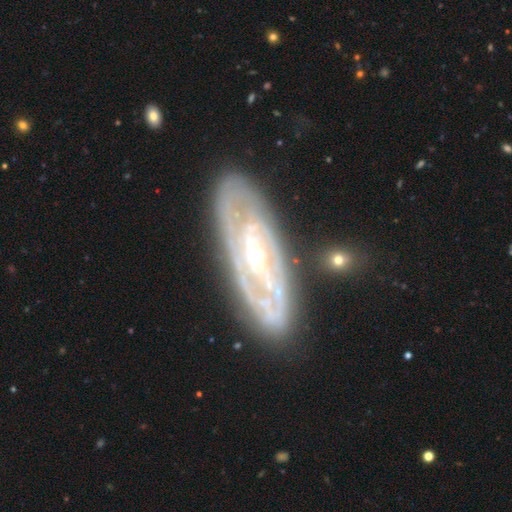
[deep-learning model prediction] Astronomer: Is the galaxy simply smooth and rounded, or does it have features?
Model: featured or disk — 85%.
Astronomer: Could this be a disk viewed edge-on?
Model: no — 86%.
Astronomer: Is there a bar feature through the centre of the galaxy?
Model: weak — 37% (runner-up: no, 34%).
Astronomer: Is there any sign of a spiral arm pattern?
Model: yes — 89%.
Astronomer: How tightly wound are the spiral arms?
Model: tight — 69%.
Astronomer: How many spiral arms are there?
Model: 2 — 42% (runner-up: can't tell, 34%).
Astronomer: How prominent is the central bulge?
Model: small — 63%.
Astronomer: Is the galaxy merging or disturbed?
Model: none — 79%.